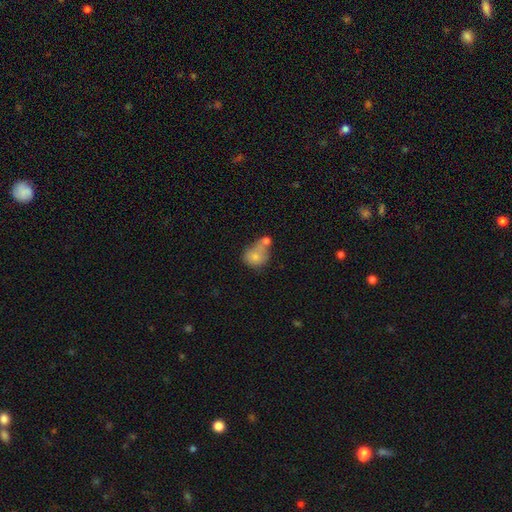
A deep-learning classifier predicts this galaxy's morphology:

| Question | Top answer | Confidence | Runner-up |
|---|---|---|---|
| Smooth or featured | smooth | 74% | featured or disk (17%) |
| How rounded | round | 59% | in between (40%) |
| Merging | merger | 55% | none (22%) |